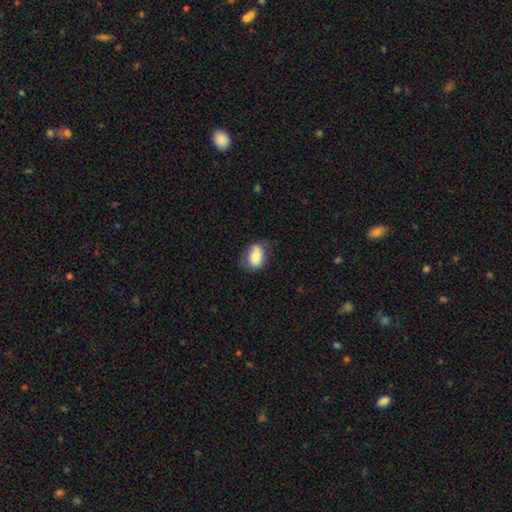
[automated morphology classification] Smooth or featured? Predicted: smooth (p=0.79). How rounded? Predicted: in between (p=0.81). Merging? Predicted: none (p=0.66).